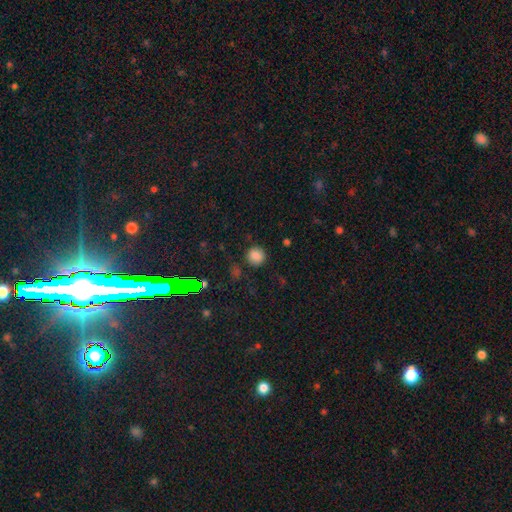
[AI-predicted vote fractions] This is clearly a smooth galaxy (81%). How rounded: clearly round (92%). Merging: clearly none (84%).